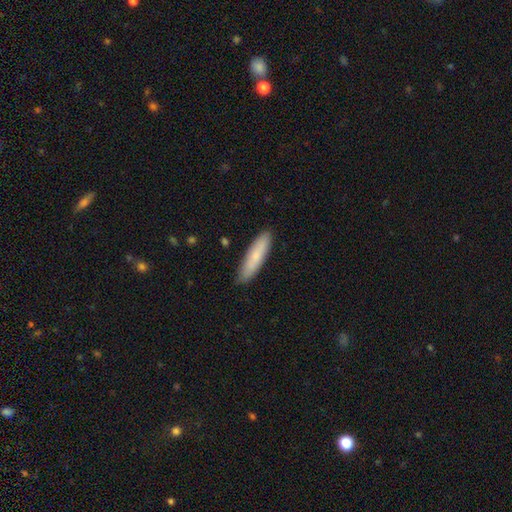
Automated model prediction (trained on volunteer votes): This is likely a smooth galaxy (76%). How rounded: likely cigar-shaped (77%). Merging: clearly none (87%).